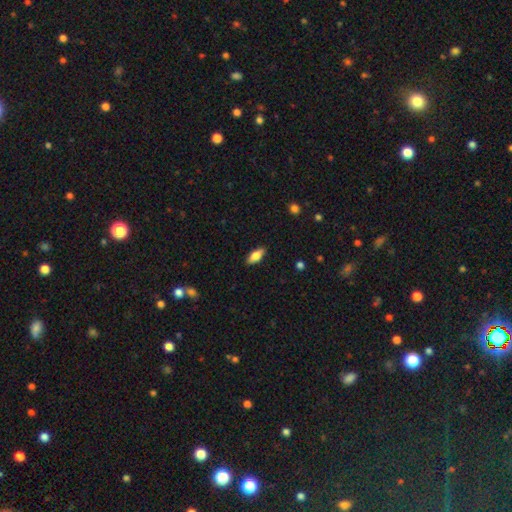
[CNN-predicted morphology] smooth_or_featured: smooth (p=0.74) [alt: featured or disk p=0.20]
how_rounded: in between (p=0.79) [alt: cigar-shaped p=0.19]
merging: none (p=0.88) [alt: minor disturbance p=0.09]